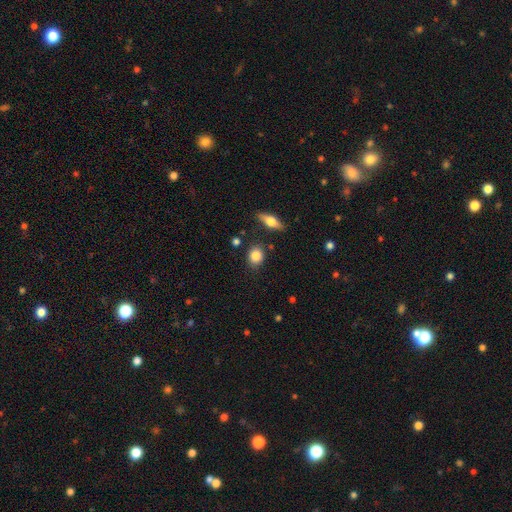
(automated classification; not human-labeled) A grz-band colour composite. It shows a smooth galaxy with no disk features (84%) that is round (57%). Merging: none (82%).